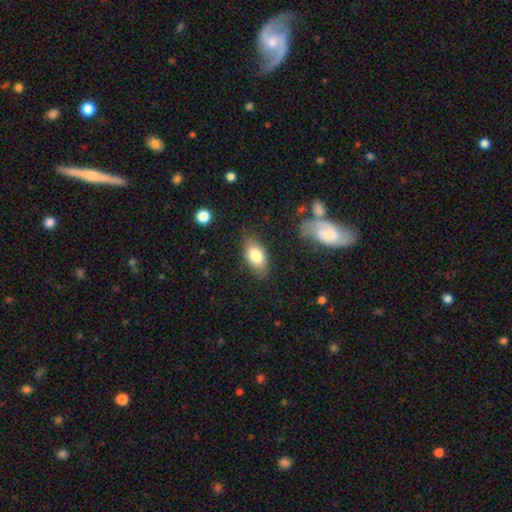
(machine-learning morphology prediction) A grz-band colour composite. It shows a smooth galaxy with no disk features (78%) that is in between round and cigar-shaped (90%). Merging: none (81%).